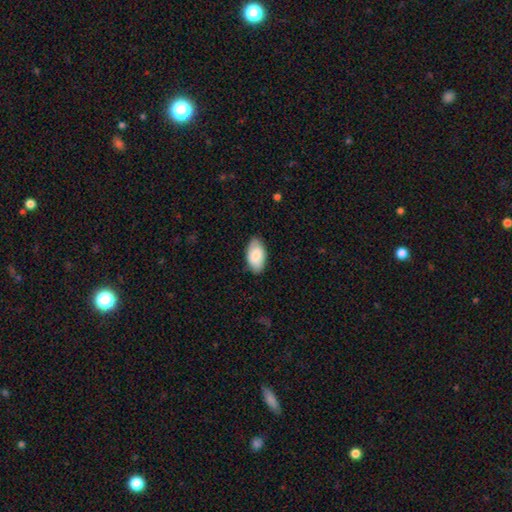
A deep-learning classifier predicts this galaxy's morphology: A smooth galaxy with no disk features (83%) that is in between round and cigar-shaped (95%).

Vote fractions:
- Smooth or featured? smooth: 83% / featured or disk: 11% / star or artifact: 6%
- How rounded? in between: 95% / round: 3% / cigar-shaped: 2%
- Merging? none: 83% / minor disturbance: 14% / major disturbance: 2% / merger: 1%